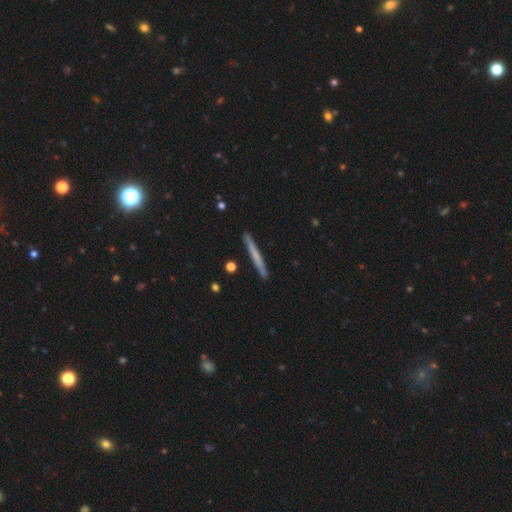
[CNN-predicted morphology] A smooth galaxy with no disk features (58%) that is cigar-shaped (97%).

Vote fractions:
- Smooth or featured? smooth: 58% / featured or disk: 37% / star or artifact: 6%
- How rounded? cigar-shaped: 97% / in between: 2% / round: 1%
- Merging? none: 91% / minor disturbance: 6% / merger: 1% / major disturbance: 1%